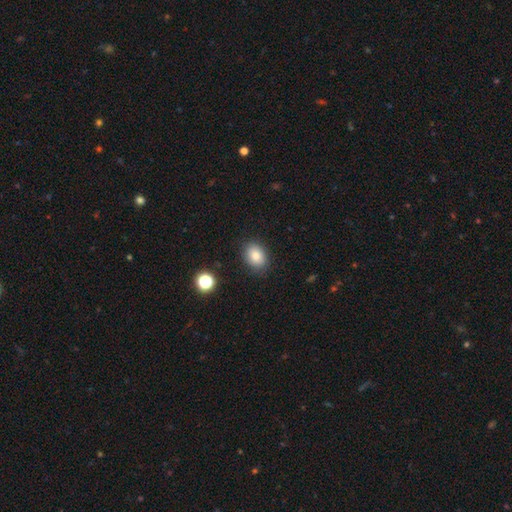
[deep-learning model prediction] The model was most divided on "how rounded": in between: 66%, round: 33%, cigar-shaped: 1%. More confident: merging — none (86%); smooth or featured — smooth (82%).